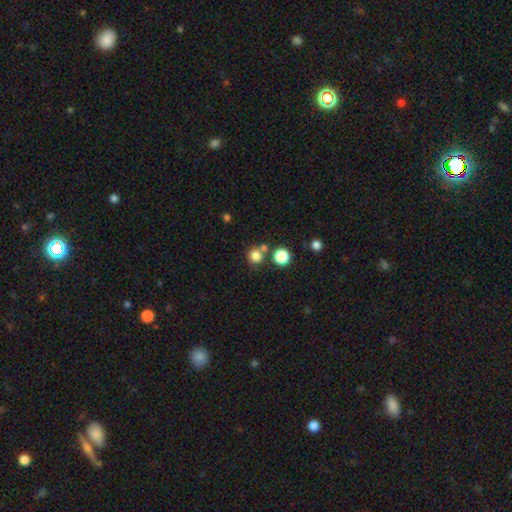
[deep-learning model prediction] Morphology: type=smooth (79%); roundness=round (89%); merging=none (66%).